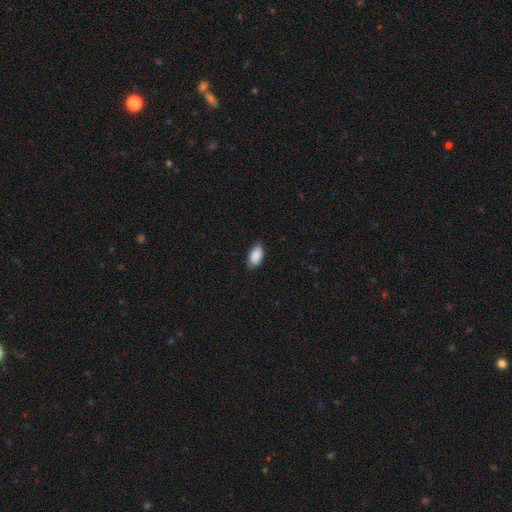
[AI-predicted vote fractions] Q: Smooth or featured?
A: smooth (90%); runner-up: star or artifact (6%)
Q: How rounded?
A: in between (94%); runner-up: round (3%)
Q: Merging?
A: none (83%); runner-up: minor disturbance (14%)